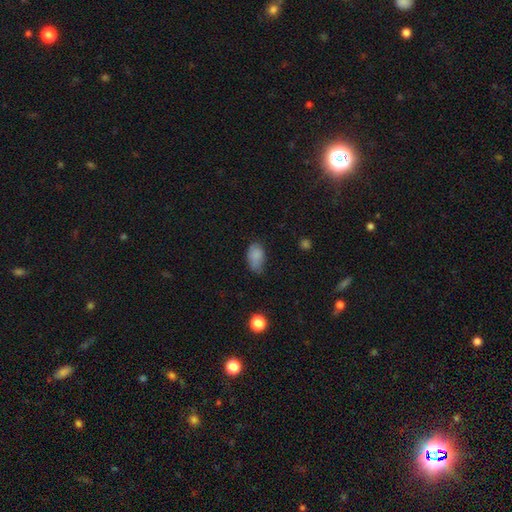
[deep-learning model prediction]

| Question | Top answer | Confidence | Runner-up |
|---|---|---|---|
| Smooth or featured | smooth | 84% | star or artifact (9%) |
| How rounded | in between | 90% | round (8%) |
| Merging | none | 55% | minor disturbance (35%) |